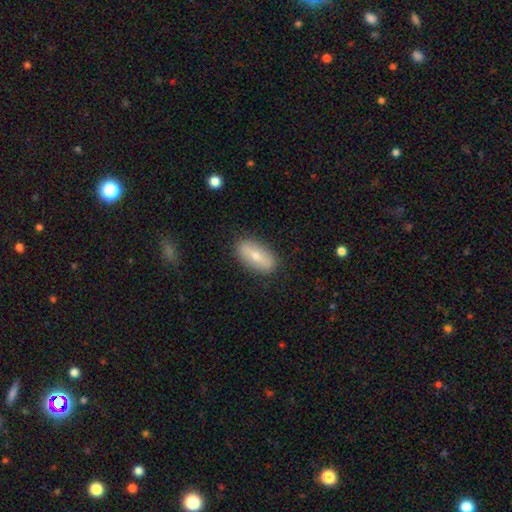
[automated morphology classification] smooth 61%, featured or disk 32%, star or artifact 7%. Down the decision tree: how rounded — in between (85%); merging — none (86%).